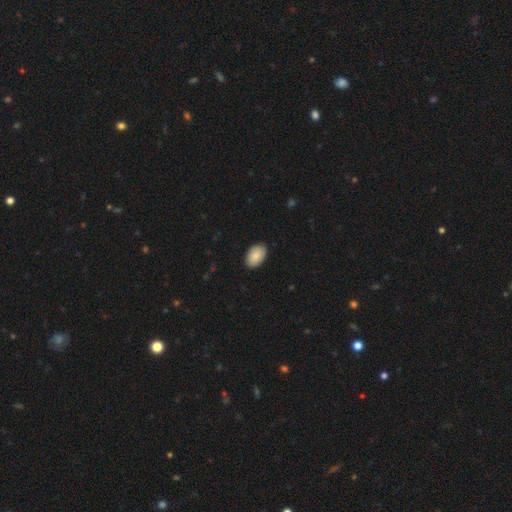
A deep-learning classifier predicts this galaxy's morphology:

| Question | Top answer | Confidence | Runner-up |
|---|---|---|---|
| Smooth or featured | smooth | 86% | featured or disk (8%) |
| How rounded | in between | 91% | round (8%) |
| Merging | none | 86% | minor disturbance (11%) |